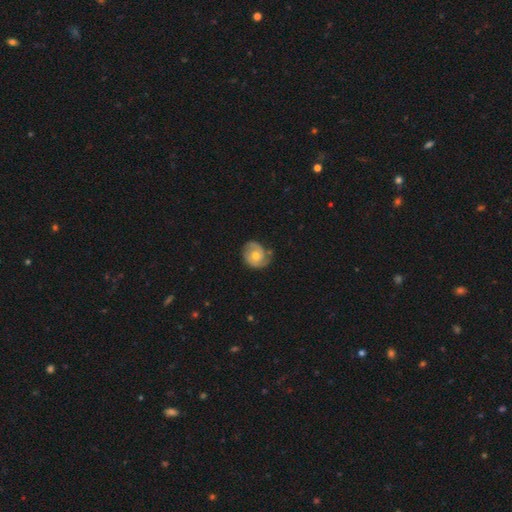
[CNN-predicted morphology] Smooth or featured? featured or disk (61%)
Edge-on disk? no (97%)
Bar? no (76%)
Spiral arms? yes (81%)
Bulge size? moderate (68%)
Merging? none (63%)